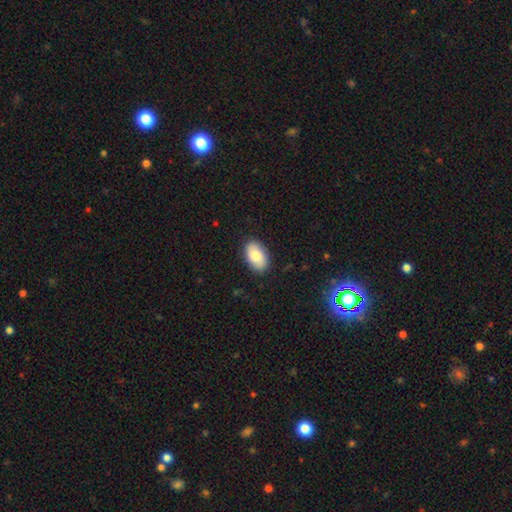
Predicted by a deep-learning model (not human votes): A smooth galaxy with no disk features (81%) that is in between round and cigar-shaped (93%).

Vote fractions:
- Smooth or featured? smooth: 81% / featured or disk: 13% / star or artifact: 6%
- How rounded? in between: 93% / round: 5% / cigar-shaped: 1%
- Merging? none: 86% / minor disturbance: 10% / major disturbance: 2% / merger: 1%